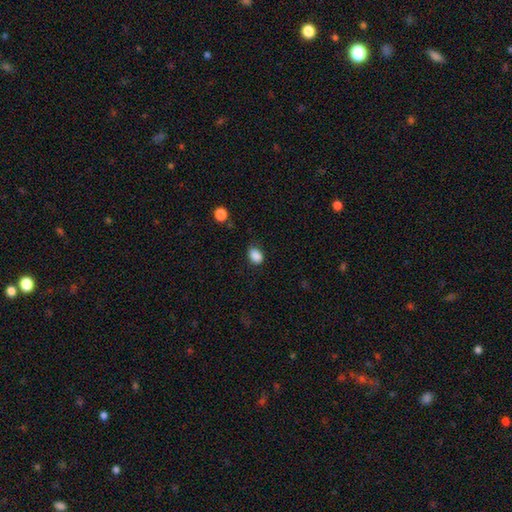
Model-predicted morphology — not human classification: Smooth or featured? smooth (88%)
How rounded? in between (74%)
Merging? none (76%)